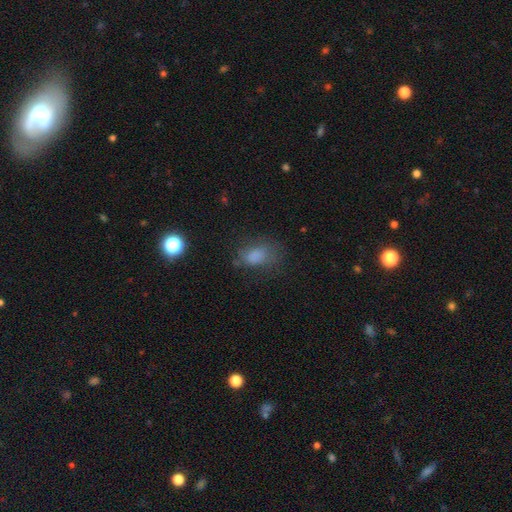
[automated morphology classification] A smooth galaxy with no disk features (75%) that is in between round and cigar-shaped (81%).

Vote fractions:
- Smooth or featured? smooth: 75% / star or artifact: 14% / featured or disk: 11%
- How rounded? in between: 81% / round: 17% / cigar-shaped: 2%
- Merging? none: 56% / minor disturbance: 24% / major disturbance: 17% / merger: 2%